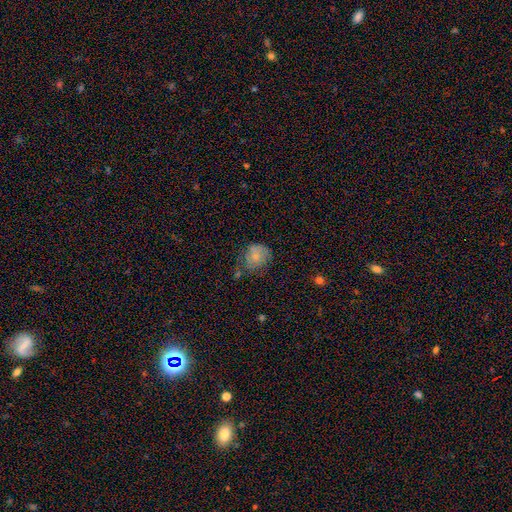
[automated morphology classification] This is likely a smooth galaxy (70%). How rounded: likely round (73%). Merging: possibly none (51%).